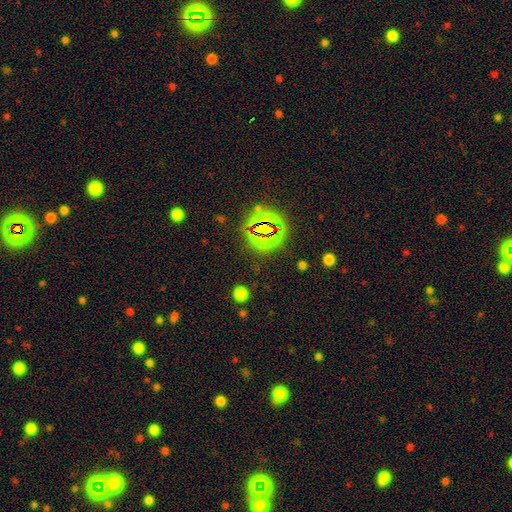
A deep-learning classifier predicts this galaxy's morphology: type=star or artifact (77%).